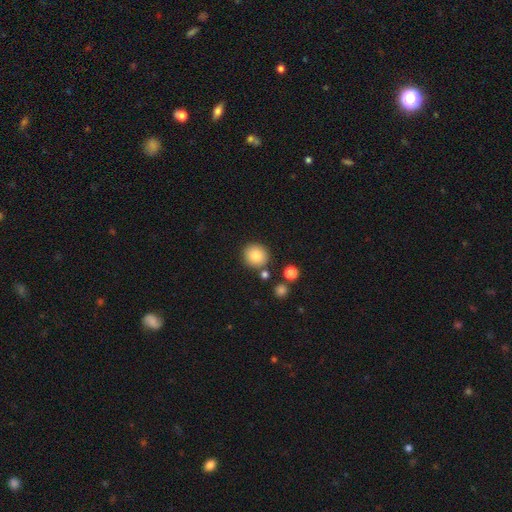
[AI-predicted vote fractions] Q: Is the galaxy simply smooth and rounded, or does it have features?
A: smooth — 83%.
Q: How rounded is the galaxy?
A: round — 92%.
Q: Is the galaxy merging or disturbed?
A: none — 84%.